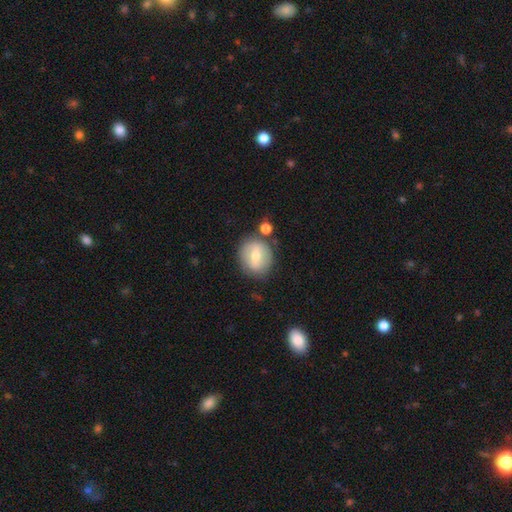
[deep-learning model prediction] The model was most divided on "smooth or featured": smooth: 51%, featured or disk: 42%, star or artifact: 7%. More confident: how rounded — round (75%); merging — none (71%).